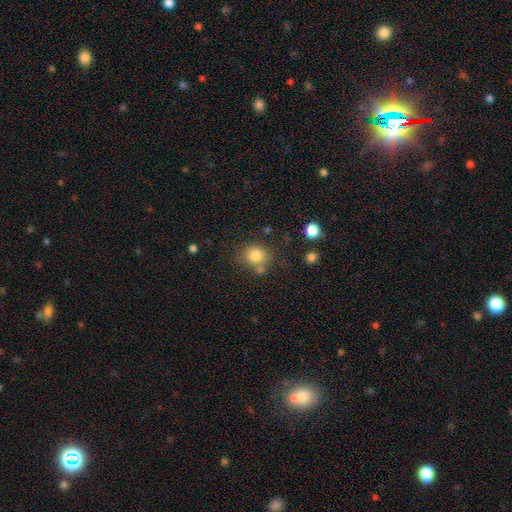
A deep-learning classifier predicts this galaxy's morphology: Smooth or featured: smooth — 81% (star or artifact — 11%)
How rounded: round — 79% (in between — 21%)
Merging: none — 69% (merger — 13%)